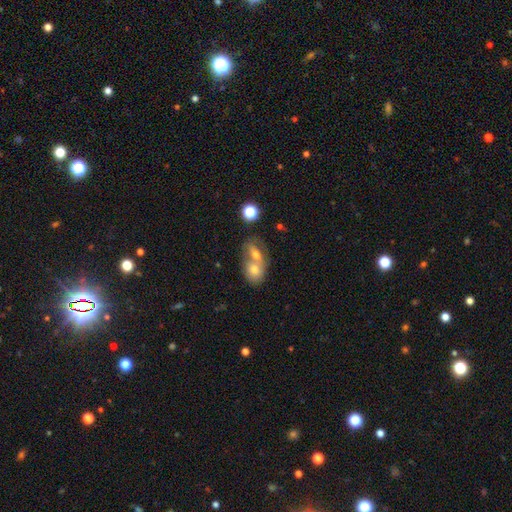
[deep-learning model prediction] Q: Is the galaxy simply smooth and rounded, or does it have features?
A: smooth — 57%.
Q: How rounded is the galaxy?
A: in between — 59%.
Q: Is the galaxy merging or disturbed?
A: merger — 68%.